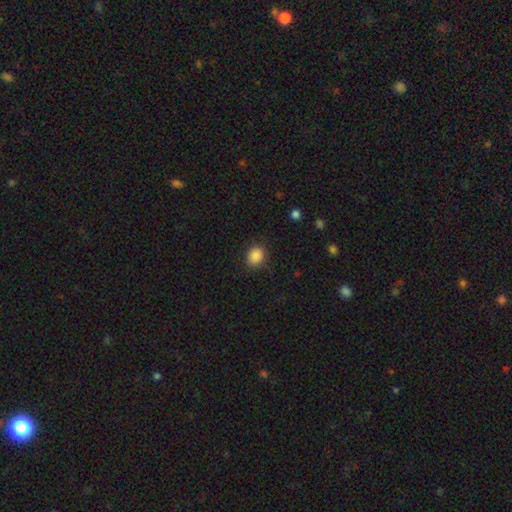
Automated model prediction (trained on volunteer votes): Smooth or featured? smooth (87%)
How rounded? round (59%)
Merging? none (84%)